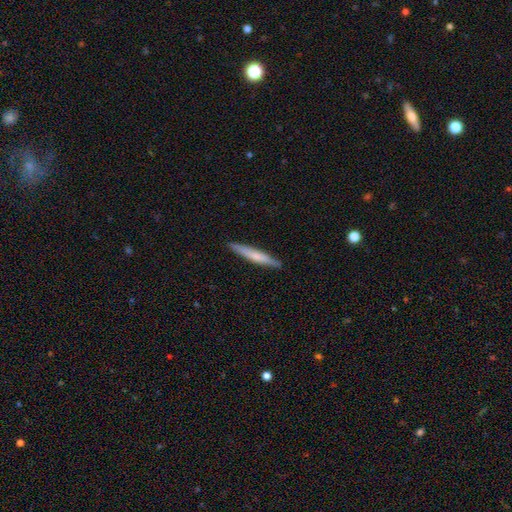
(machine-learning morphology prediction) smooth_or_featured: smooth (p=0.58) [alt: featured or disk p=0.37]
how_rounded: cigar-shaped (p=0.95) [alt: in between p=0.04]
merging: none (p=0.90) [alt: minor disturbance p=0.07]